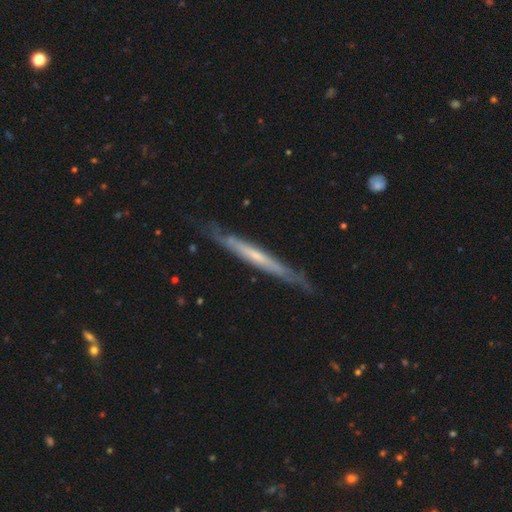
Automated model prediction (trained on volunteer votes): smooth_or_featured: featured or disk (p=0.68) [alt: smooth p=0.27]
disk_edge_on: yes (p=0.86) [alt: no p=0.14]
edge_on_bulge: none (p=0.71) [alt: rounded p=0.22]
merging: none (p=0.75) [alt: minor disturbance p=0.19]